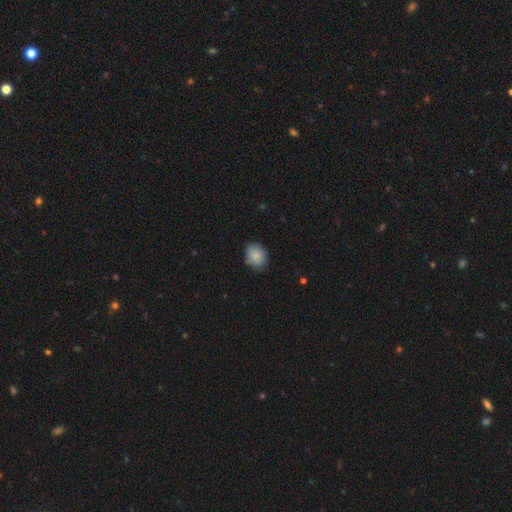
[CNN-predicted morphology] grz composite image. It shows a smooth galaxy with no disk features (85%) that is round (63%). Merging: none (78%).